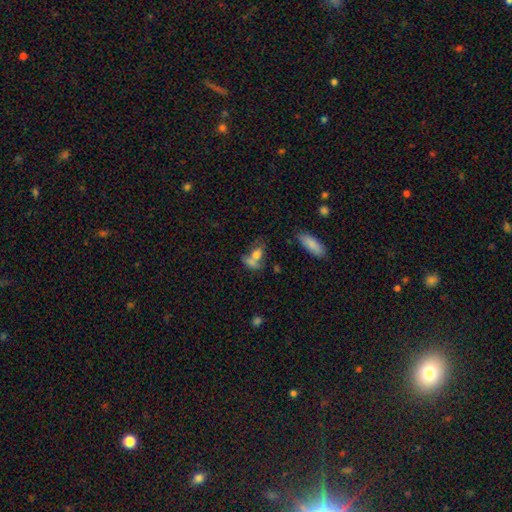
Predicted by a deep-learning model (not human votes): Morphology: type=smooth (68%); roundness=in between (69%); merging=merger (48%).